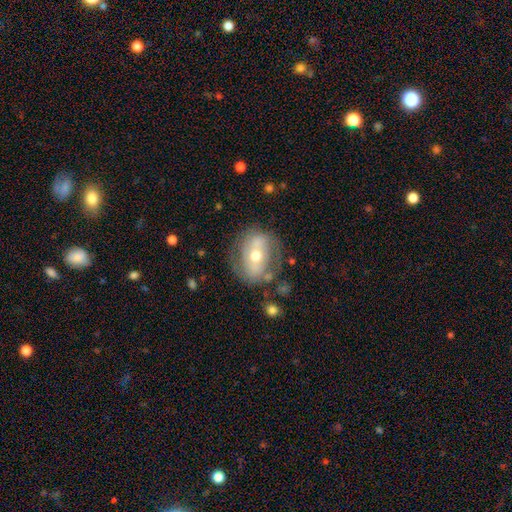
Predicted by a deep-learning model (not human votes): A featured or disk galaxy (63%) with a strong bar (36%), spiral arms (55%) and a moderate central bulge (69%). Merging: none (68%).